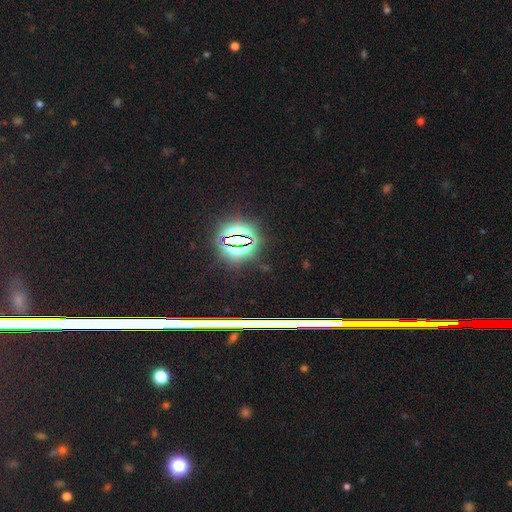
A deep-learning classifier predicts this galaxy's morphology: Smooth or featured?
  - star or artifact: 77% *
  - smooth: 14%
  - featured or disk: 10%